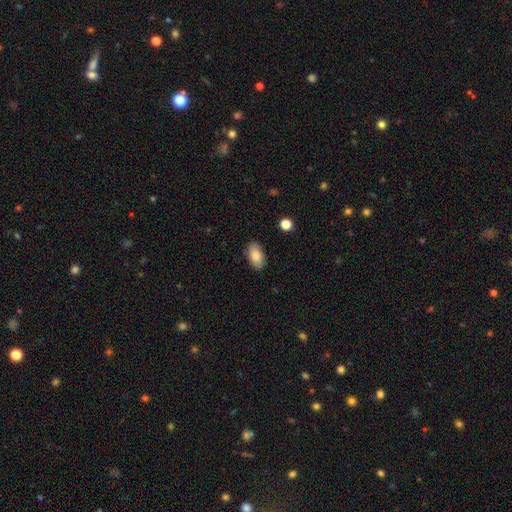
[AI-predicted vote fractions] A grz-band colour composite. It shows a smooth galaxy with no disk features (86%) that is in between round and cigar-shaped (94%). Merging: none (86%).